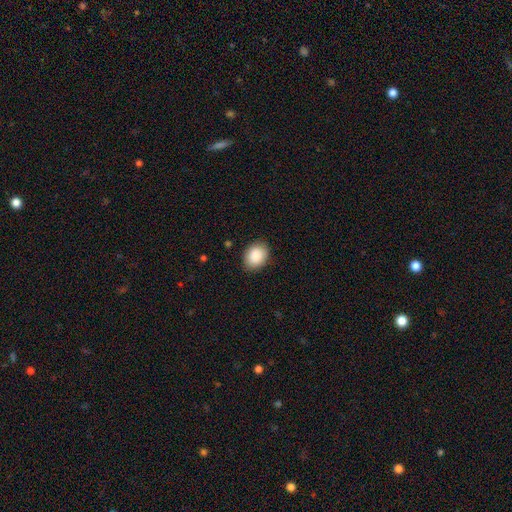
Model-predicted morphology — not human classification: Smooth or featured?
  - smooth: 89% *
  - star or artifact: 7%
  - featured or disk: 4%
How rounded?
  - in between: 61% *
  - round: 38%
  - cigar-shaped: 1%
Merging?
  - none: 87% *
  - minor disturbance: 10%
  - major disturbance: 2%
  - merger: 1%